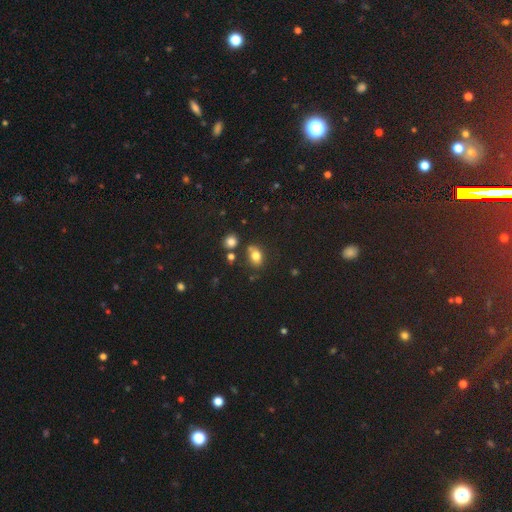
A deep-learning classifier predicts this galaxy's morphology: smooth_or_featured: smooth (p=0.77) [alt: star or artifact p=0.13]
how_rounded: in between (p=0.69) [alt: round p=0.29]
merging: none (p=0.66) [alt: minor disturbance p=0.17]